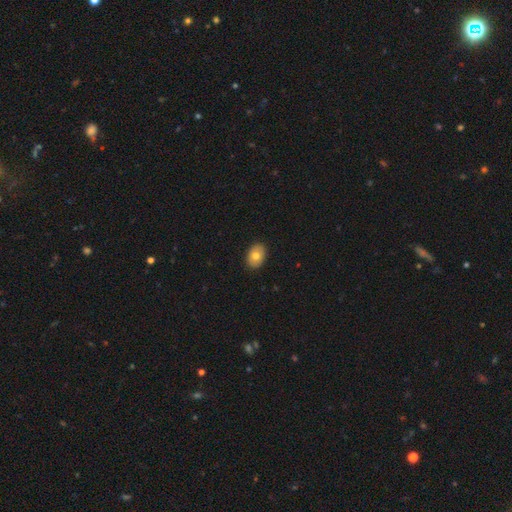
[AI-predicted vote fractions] smooth_or_featured: smooth (p=0.76) [alt: featured or disk p=0.17]
how_rounded: in between (p=0.80) [alt: round p=0.19]
merging: none (p=0.90) [alt: minor disturbance p=0.08]